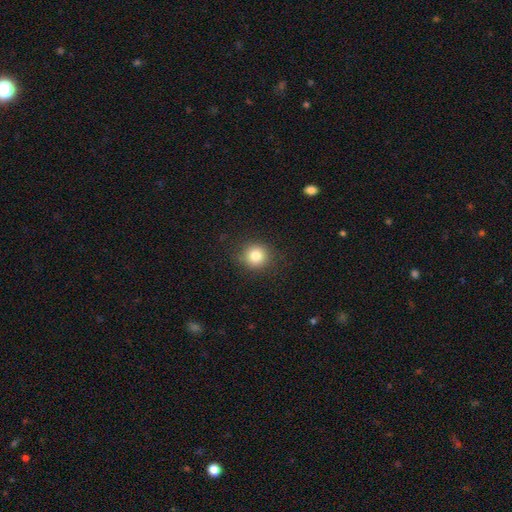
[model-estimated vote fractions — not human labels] Overall: smooth (82%). How rounded: round (91%). Merging: none (88%).